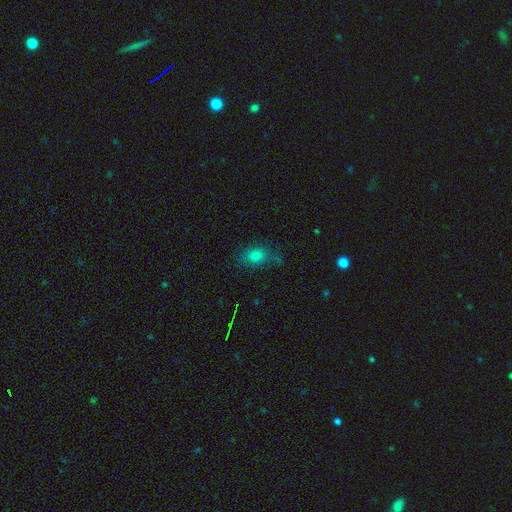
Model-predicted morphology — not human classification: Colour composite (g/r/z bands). It shows a smooth galaxy with no disk features (76%) that is in between round and cigar-shaped (75%). Merging: none (69%).